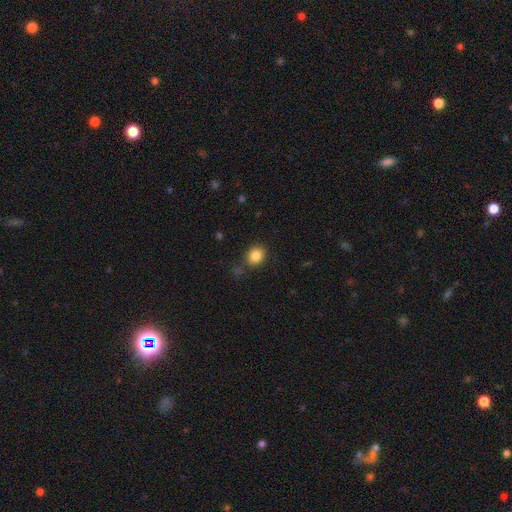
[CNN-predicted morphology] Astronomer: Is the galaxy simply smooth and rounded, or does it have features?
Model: smooth — 85%.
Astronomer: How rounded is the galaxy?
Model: round — 58% (runner-up: in between, 41%).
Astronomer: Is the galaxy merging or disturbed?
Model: none — 80%.